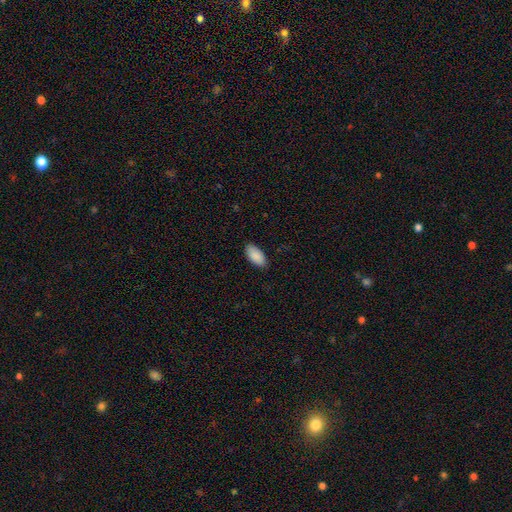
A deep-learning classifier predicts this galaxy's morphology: This is clearly a smooth galaxy (90%). How rounded: clearly in between (94%). Merging: clearly none (86%).